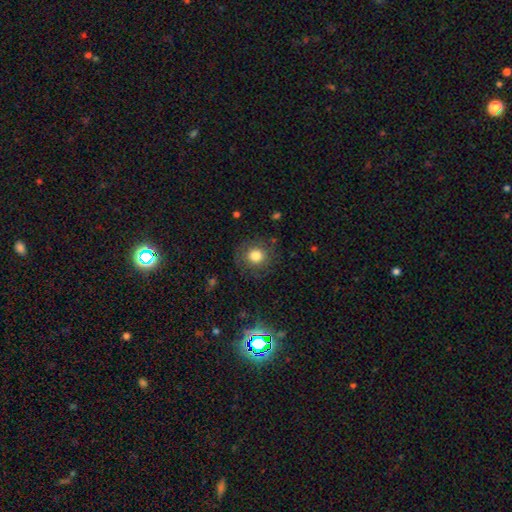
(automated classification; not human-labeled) Smooth or featured?
  - smooth: 78% *
  - star or artifact: 11%
  - featured or disk: 10%
How rounded?
  - round: 89% *
  - in between: 10%
  - cigar-shaped: 1%
Merging?
  - none: 83% *
  - minor disturbance: 11%
  - major disturbance: 5%
  - merger: 1%